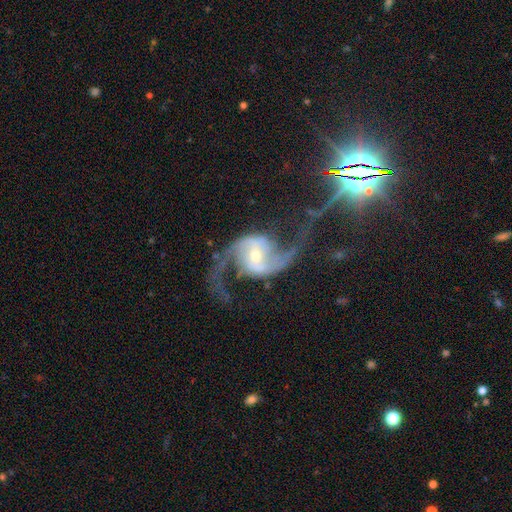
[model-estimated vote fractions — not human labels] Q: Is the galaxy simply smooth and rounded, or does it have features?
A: featured or disk — 92%.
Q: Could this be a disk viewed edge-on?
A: no — 98%.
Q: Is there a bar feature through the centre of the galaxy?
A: weak — 43%.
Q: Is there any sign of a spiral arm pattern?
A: yes — 98%.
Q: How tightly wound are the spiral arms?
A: loose — 66%.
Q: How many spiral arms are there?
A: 2 — 95%.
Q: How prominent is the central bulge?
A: moderate — 49%.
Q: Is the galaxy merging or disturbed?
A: none — 73%.